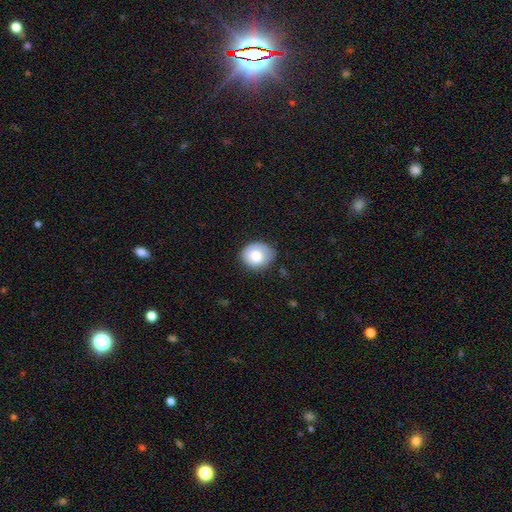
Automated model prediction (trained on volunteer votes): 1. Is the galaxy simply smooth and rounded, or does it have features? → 78% smooth, 16% featured or disk, 7% star or artifact.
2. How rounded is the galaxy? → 67% round, 32% in between, 1% cigar-shaped.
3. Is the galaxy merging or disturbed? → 70% none, 23% minor disturbance, 6% major disturbance, 2% merger.